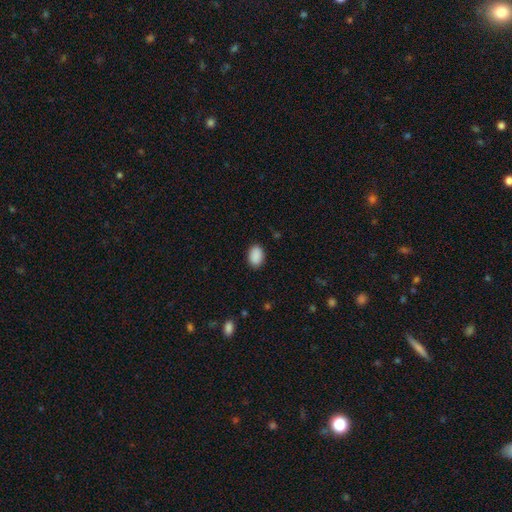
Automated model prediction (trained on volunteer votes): smooth 91%, star or artifact 7%, featured or disk 2%. Down the decision tree: how rounded — in between (87%); merging — none (88%).